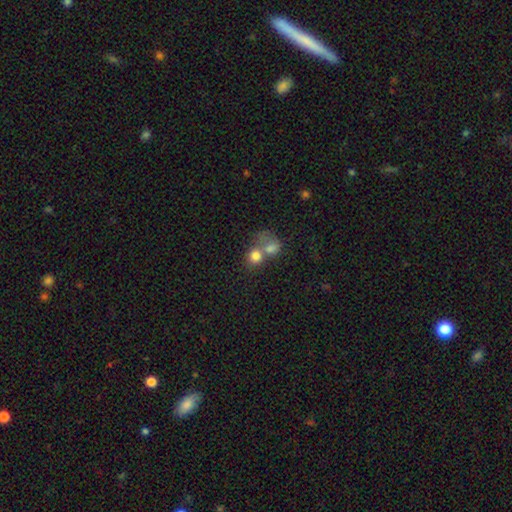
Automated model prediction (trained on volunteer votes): smooth_or_featured: smooth (p=0.77) [alt: featured or disk p=0.12]
how_rounded: round (p=0.74) [alt: in between p=0.25]
merging: merger (p=0.60) [alt: none p=0.27]